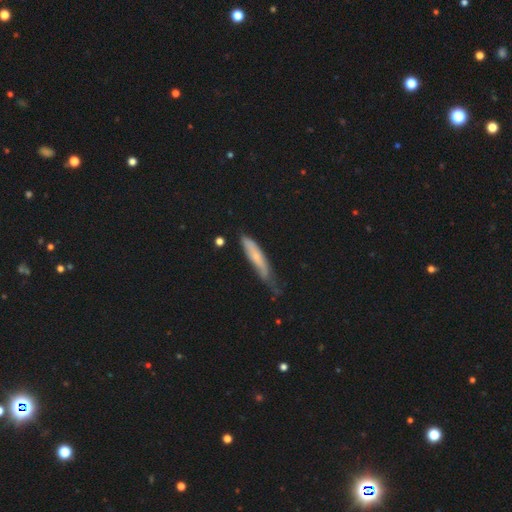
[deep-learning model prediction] Smooth or featured: smooth — 61% (featured or disk — 33%)
How rounded: cigar-shaped — 82% (in between — 17%)
Merging: none — 41% (tied with minor disturbance — 41%)